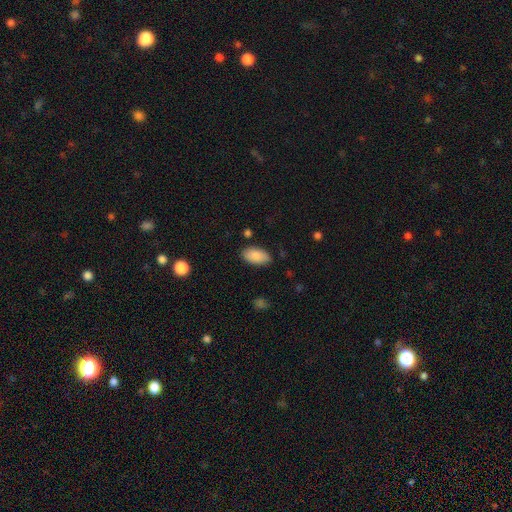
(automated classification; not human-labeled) Smooth or featured? Predicted: smooth (p=0.88). How rounded? Predicted: in between (p=0.95). Merging? Predicted: none (p=0.83).